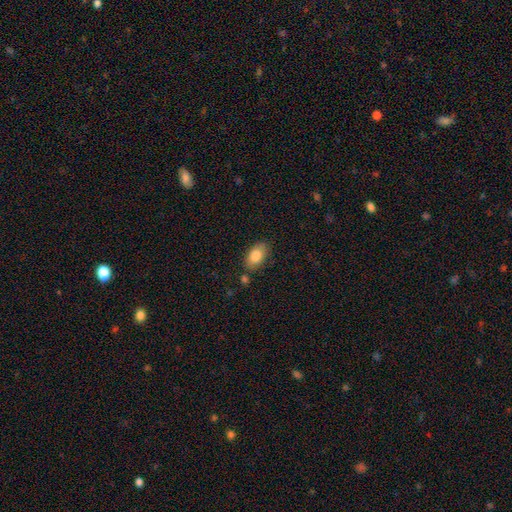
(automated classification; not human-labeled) Smooth or featured? smooth (84%)
How rounded? in between (92%)
Merging? none (77%)